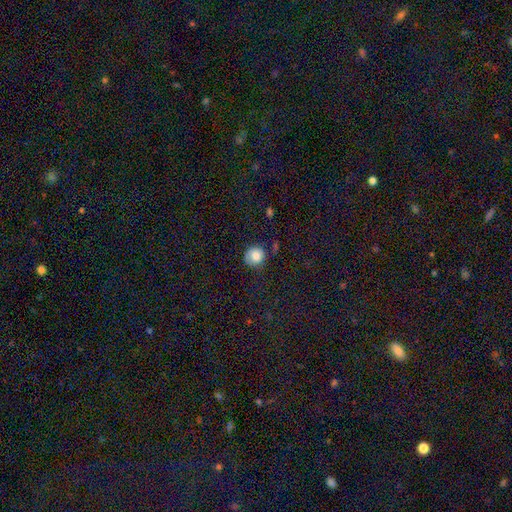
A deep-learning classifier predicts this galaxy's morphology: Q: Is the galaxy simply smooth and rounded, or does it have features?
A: smooth — 81%.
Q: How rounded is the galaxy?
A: round — 87%.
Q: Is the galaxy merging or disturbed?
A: none — 71%.